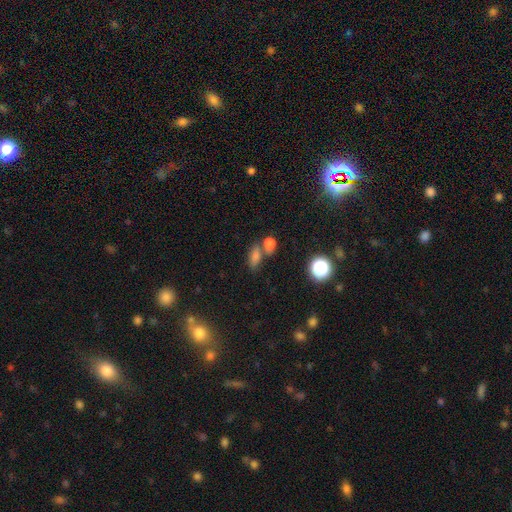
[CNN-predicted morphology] This appears to be a smooth galaxy with no disk features (69%) that is in between round and cigar-shaped (71%). Merging: none (52%).